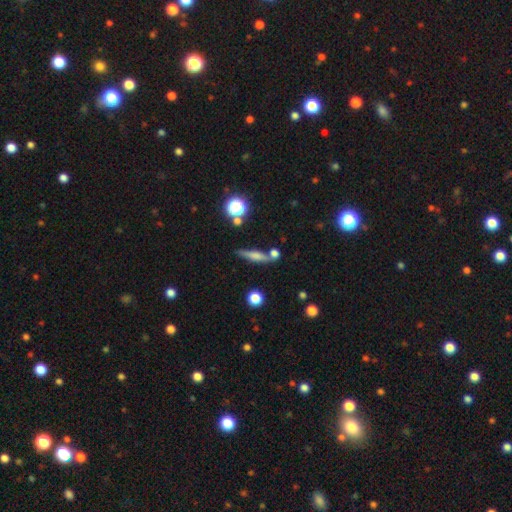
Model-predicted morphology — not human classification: Smooth or featured? Predicted: smooth (p=0.51). How rounded? Predicted: cigar-shaped (p=0.77). Merging? Predicted: none (p=0.67).